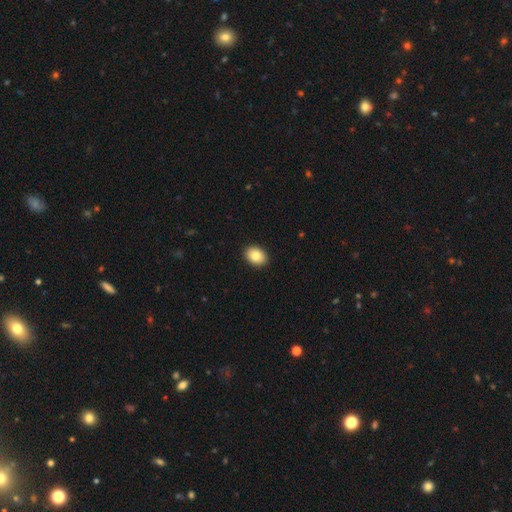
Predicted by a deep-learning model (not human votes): Morphology: type=smooth (86%); roundness=in between (70%); merging=none (91%).